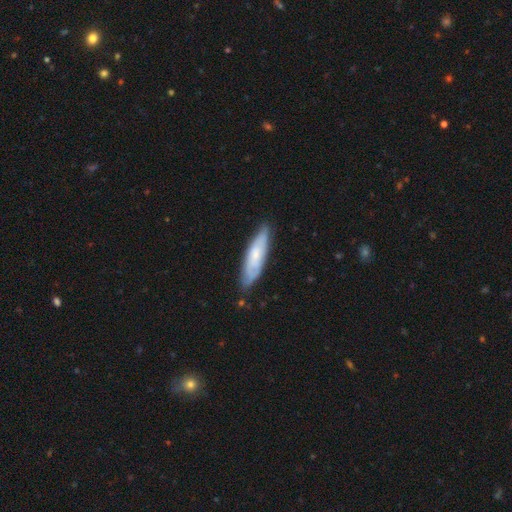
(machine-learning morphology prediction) featured or disk 47% (tied), smooth 47% (tied), star or artifact 6%. Down the decision tree: merging — none (76%).